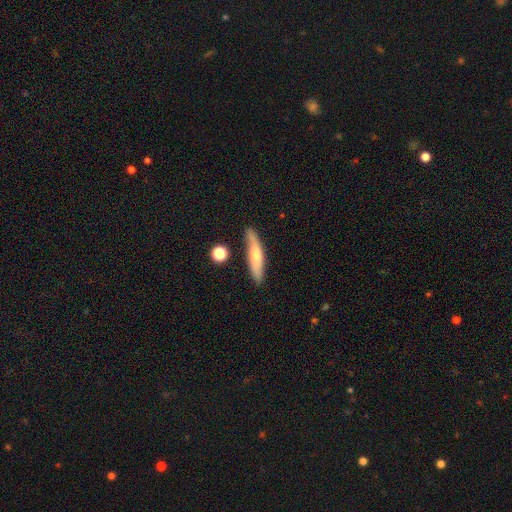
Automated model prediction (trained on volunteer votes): Overall: smooth (61%; featured or disk 33%). How rounded: cigar-shaped (81%). Merging: none (78%).